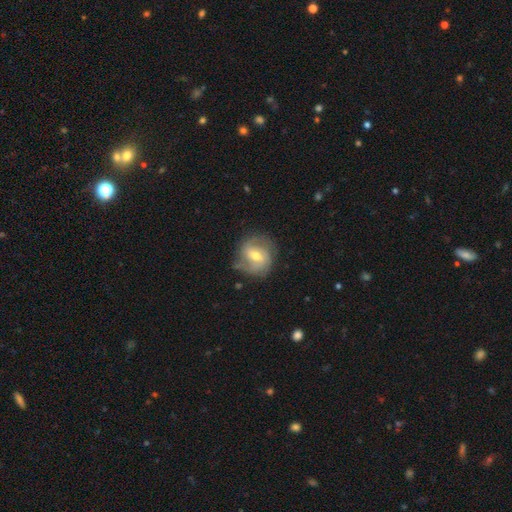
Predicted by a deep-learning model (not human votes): Smooth or featured? Predicted: featured or disk (p=0.68). Edge-on disk? Predicted: no (p=0.97). Bar? Predicted: weak (p=0.53). Spiral arms? Predicted: yes (p=0.83). Spiral winding? Predicted: medium (p=0.42). Spiral arm count? Predicted: 2 (p=0.64). Bulge size? Predicted: moderate (p=0.68). Merging? Predicted: none (p=0.69).